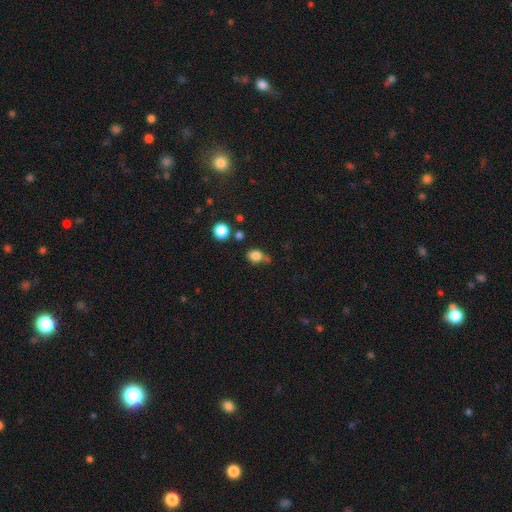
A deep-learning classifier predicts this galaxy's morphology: Smooth or featured?
  - smooth: 82% *
  - star or artifact: 12%
  - featured or disk: 6%
How rounded?
  - in between: 52% *
  - round: 47%
  - cigar-shaped: 1%
Merging?
  - none: 58% *
  - minor disturbance: 25%
  - merger: 11%
  - major disturbance: 7%